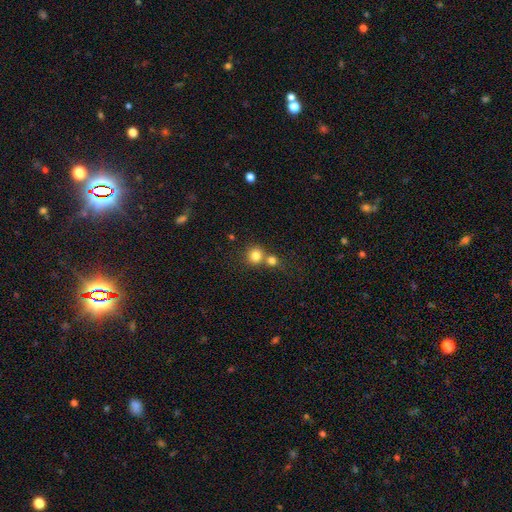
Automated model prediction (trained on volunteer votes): smooth-or-featured: smooth: 81% | star or artifact: 12% | featured or disk: 7%
  how-rounded: round: 89% | in between: 10% | cigar-shaped: 1%
  merging: none: 54% | merger: 37% | minor disturbance: 7% | major disturbance: 3%